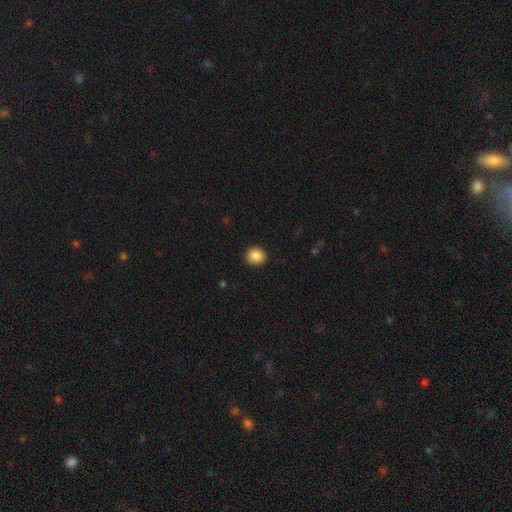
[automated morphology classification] Smooth or featured?
  - smooth: 88% *
  - star or artifact: 9%
  - featured or disk: 3%
How rounded?
  - round: 86% *
  - in between: 13%
  - cigar-shaped: 1%
Merging?
  - none: 90% *
  - minor disturbance: 7%
  - major disturbance: 2%
  - merger: 1%